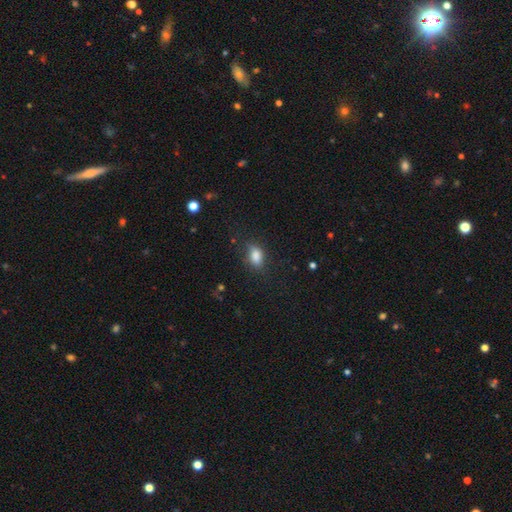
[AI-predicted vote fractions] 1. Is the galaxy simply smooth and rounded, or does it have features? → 83% smooth, 10% star or artifact, 8% featured or disk.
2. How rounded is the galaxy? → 82% in between, 13% round, 4% cigar-shaped.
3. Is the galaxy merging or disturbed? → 68% none, 22% minor disturbance, 8% major disturbance, 2% merger.